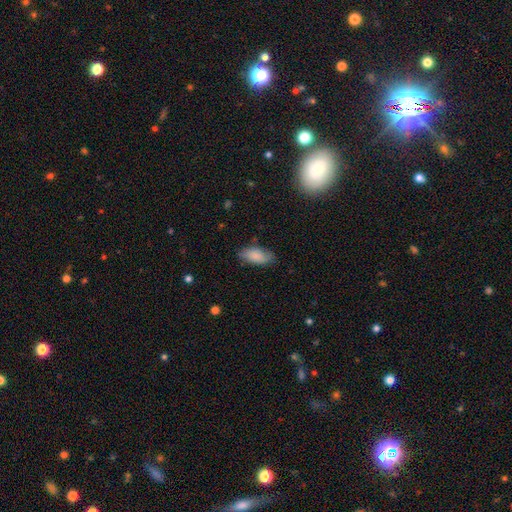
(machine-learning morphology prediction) Smooth or featured?
  - smooth: 83% *
  - featured or disk: 11%
  - star or artifact: 7%
How rounded?
  - in between: 89% *
  - cigar-shaped: 8%
  - round: 3%
Merging?
  - none: 73% *
  - minor disturbance: 21%
  - major disturbance: 4%
  - merger: 1%